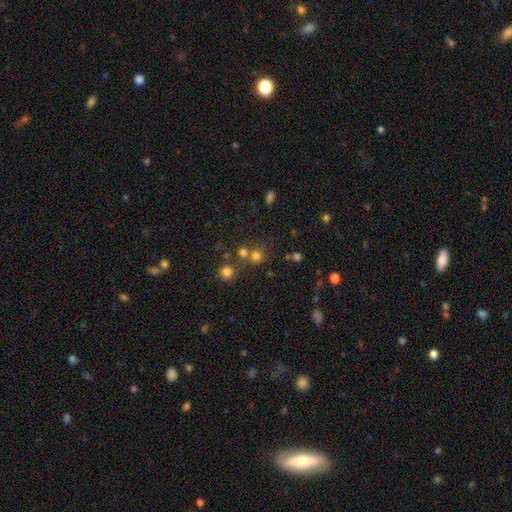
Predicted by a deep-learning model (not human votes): smooth_or_featured: smooth (p=0.72) [alt: star or artifact p=0.21]
how_rounded: round (p=0.89) [alt: in between p=0.10]
merging: none (p=0.65) [alt: merger p=0.24]